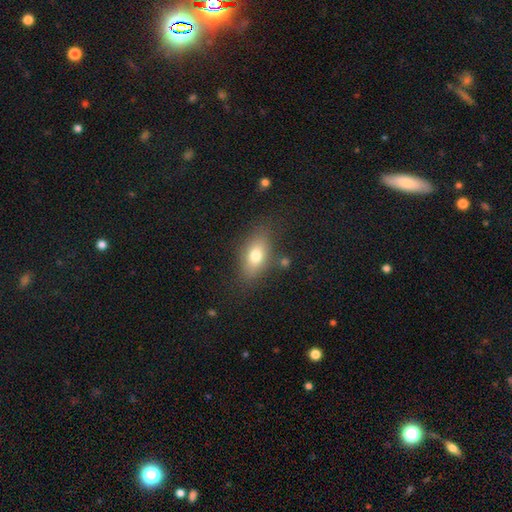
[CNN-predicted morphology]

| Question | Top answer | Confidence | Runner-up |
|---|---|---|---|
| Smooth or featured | smooth | 73% | featured or disk (18%) |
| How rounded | in between | 82% | round (10%) |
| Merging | none | 78% | minor disturbance (14%) |